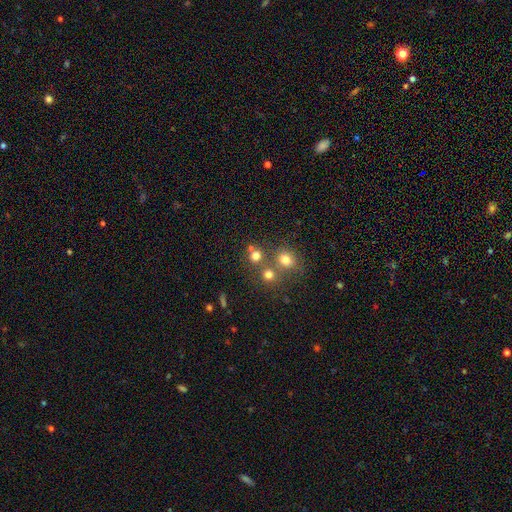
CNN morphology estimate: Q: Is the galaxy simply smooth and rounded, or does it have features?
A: smooth — 72%.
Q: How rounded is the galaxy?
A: round — 85%.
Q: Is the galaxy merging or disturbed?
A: none — 60%.